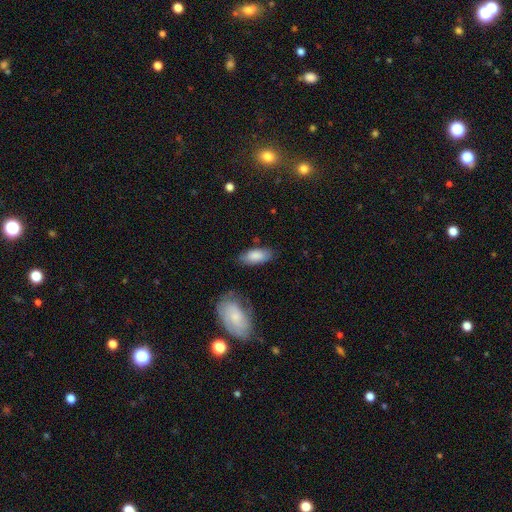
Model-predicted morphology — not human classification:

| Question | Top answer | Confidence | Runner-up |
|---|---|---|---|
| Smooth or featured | smooth | 85% | featured or disk (9%) |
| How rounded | in between | 87% | cigar-shaped (11%) |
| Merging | none | 79% | minor disturbance (15%) |